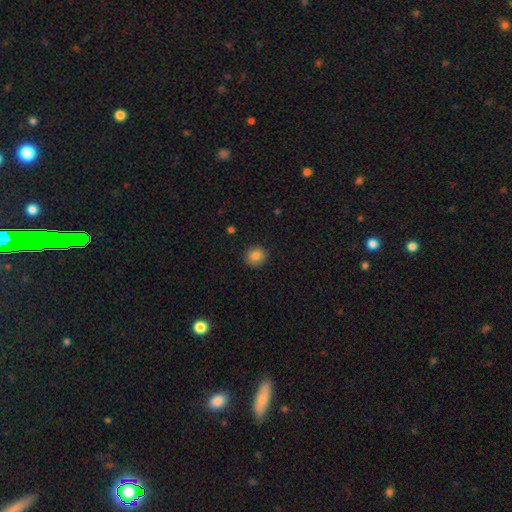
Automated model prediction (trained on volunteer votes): This appears to be a smooth galaxy with no disk features (83%) that is round (84%). Merging: none (89%).